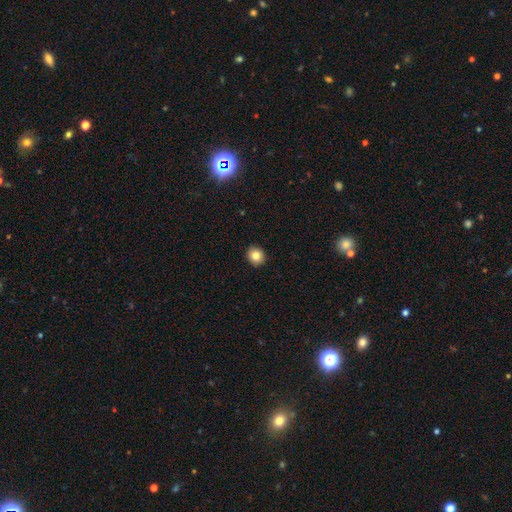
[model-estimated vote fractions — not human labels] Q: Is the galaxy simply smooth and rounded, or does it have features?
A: smooth — 83%.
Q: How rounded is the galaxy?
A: round — 85%.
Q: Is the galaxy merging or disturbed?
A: none — 93%.